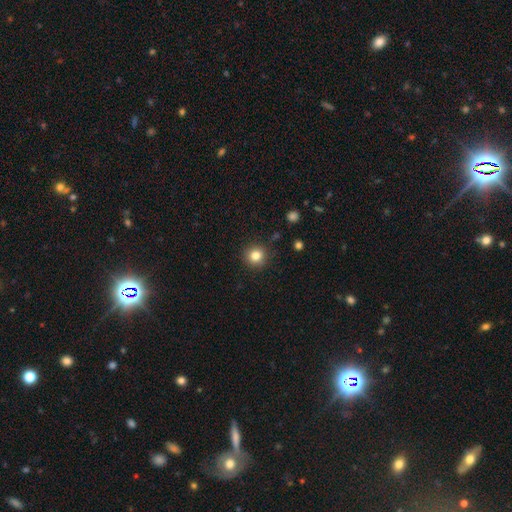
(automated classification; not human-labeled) smooth_or_featured: smooth (p=0.82) [alt: star or artifact p=0.12]
how_rounded: round (p=0.92) [alt: in between p=0.07]
merging: none (p=0.90) [alt: minor disturbance p=0.07]